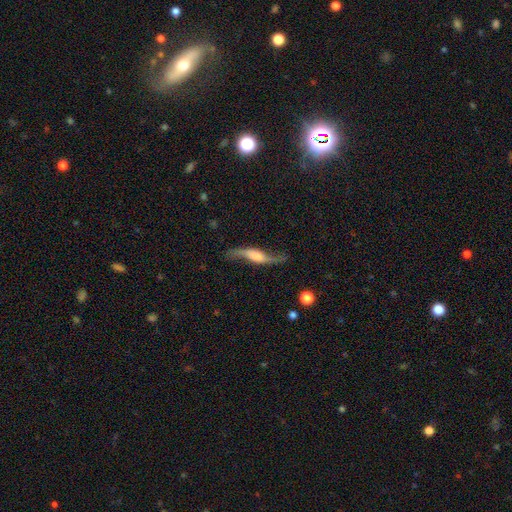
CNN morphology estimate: Smooth or featured? Predicted: featured or disk (p=0.79). Edge-on disk? Predicted: no (p=0.72). Bar? Predicted: no (p=0.48). Spiral arms? Predicted: yes (p=0.94). Spiral winding? Predicted: loose (p=0.93). Spiral arm count? Predicted: 2 (p=0.93). Bulge size? Predicted: none (p=0.31). Merging? Predicted: none (p=0.71).